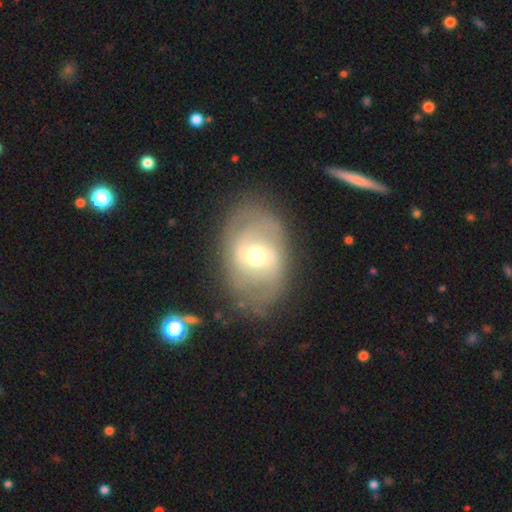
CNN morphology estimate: This is likely a featured or disk galaxy (64%). It is clearly not viewed edge-on (95%). Bar: marginally weak (43%). Spiral arm pattern: likely yes (64%). Central bulge: likely moderate (68%). Merging: likely none (74%).